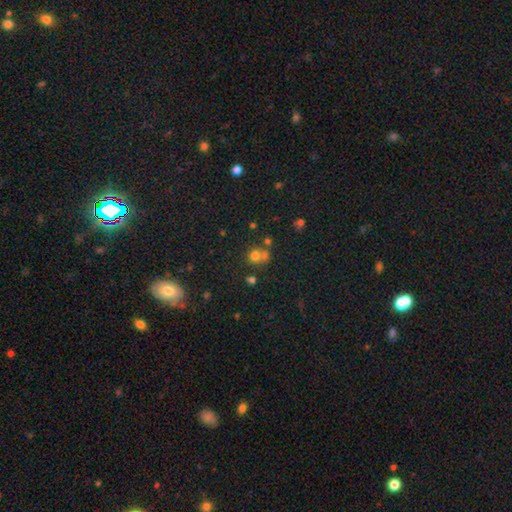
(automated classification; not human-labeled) This appears to be a smooth galaxy with no disk features (69%) that is round (84%). Merging: none (51%).